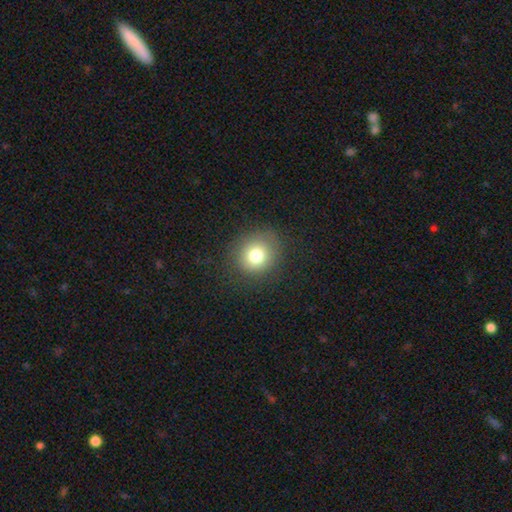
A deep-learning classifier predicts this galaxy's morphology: Overall: smooth (78%). How rounded: round (86%). Merging: none (86%).